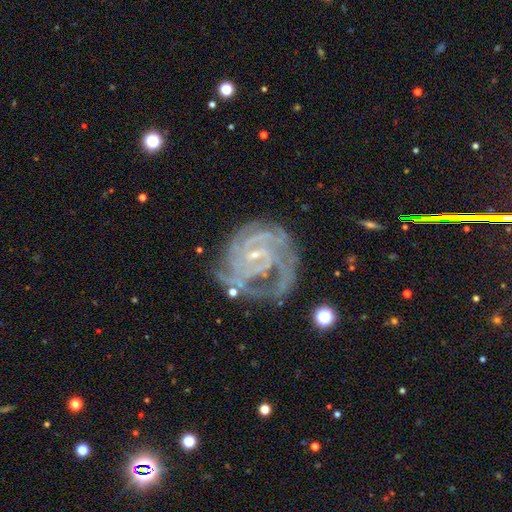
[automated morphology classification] smooth-or-featured: featured or disk: 89% | star or artifact: 7% | smooth: 4%
  disk-edge-on: no: 98% | yes: 2%
    bar: weak: 42% | no: 37% | strong: 21%
    has-spiral-arms: yes: 97% | no: 3%
      spiral-winding: tight: 68% | medium: 28% | loose: 4%
      spiral-arm-count: 3: 28% | 4: 20% | can't tell: 18% | 2: 18% | more than 4: 8% | 1: 7%
    bulge-size: small: 82% | moderate: 12% | none: 5% | large: 1% | dominant: 1%
  merging: none: 61% | minor disturbance: 22% | major disturbance: 14% | merger: 3%